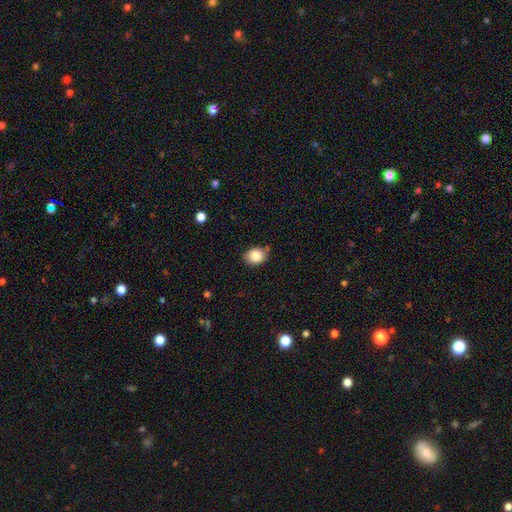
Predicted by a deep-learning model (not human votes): smooth 85%, star or artifact 8%, featured or disk 7%. Down the decision tree: how rounded — in between (59%); merging — none (71%).